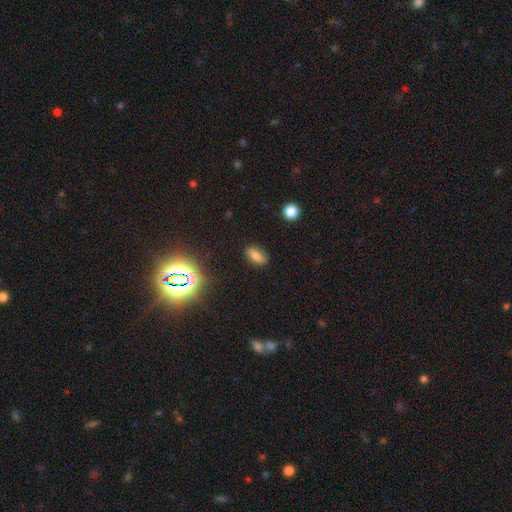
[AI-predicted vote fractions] Smooth or featured: smooth — 73% (star or artifact — 15%)
How rounded: in between — 84% (cigar-shaped — 9%)
Merging: none — 85% (minor disturbance — 10%)